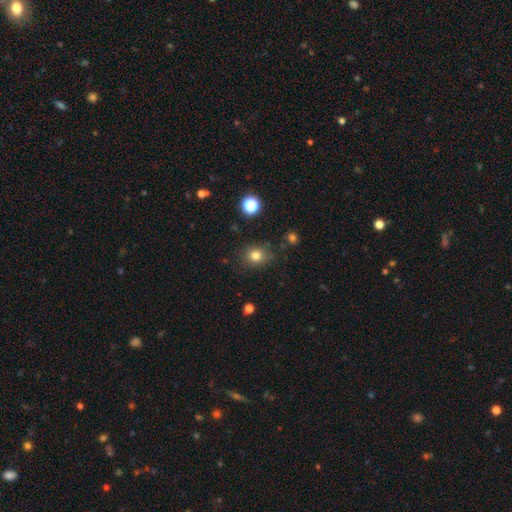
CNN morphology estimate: Smooth or featured? smooth (80%)
How rounded? round (71%)
Merging? none (82%)